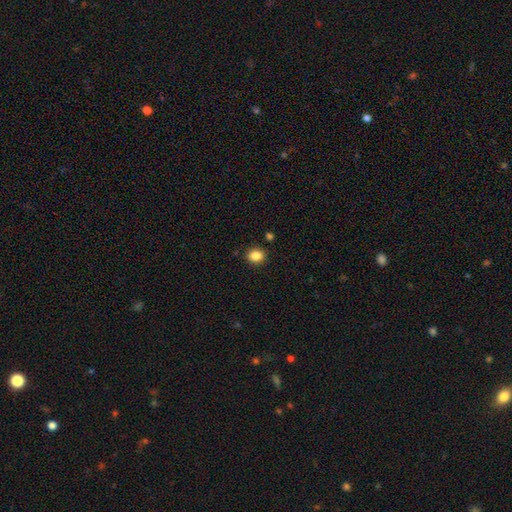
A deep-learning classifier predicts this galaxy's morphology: Smooth or featured? Predicted: smooth (p=0.86). How rounded? Predicted: round (p=0.57). Merging? Predicted: none (p=0.88).